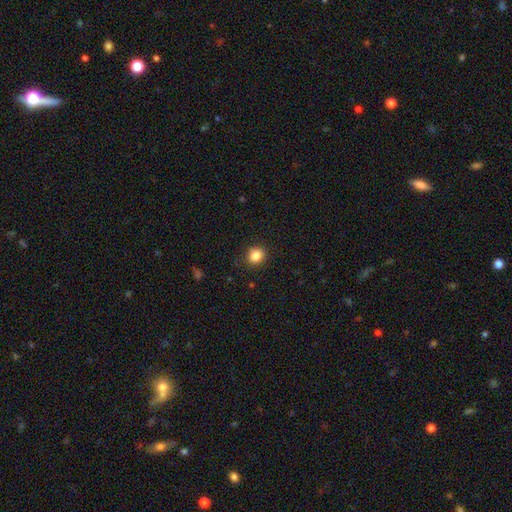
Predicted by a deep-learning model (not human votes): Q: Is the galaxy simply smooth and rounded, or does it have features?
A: smooth — 84%.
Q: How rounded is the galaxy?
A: round — 74%.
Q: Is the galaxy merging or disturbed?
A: none — 88%.